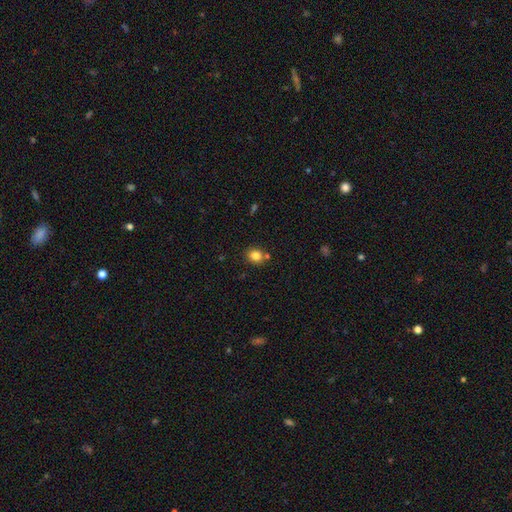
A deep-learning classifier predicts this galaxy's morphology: The model was most divided on "how rounded": round: 78%, in between: 21%, cigar-shaped: 1%. More confident: smooth or featured — smooth (82%); merging — none (76%).